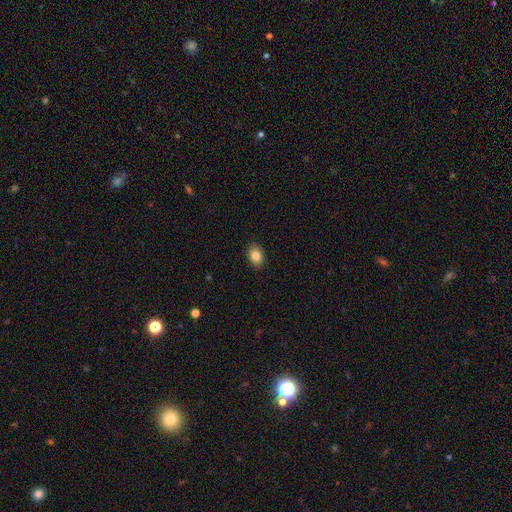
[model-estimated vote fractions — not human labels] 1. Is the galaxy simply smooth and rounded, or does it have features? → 84% smooth, 8% star or artifact, 8% featured or disk.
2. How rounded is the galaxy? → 82% in between, 17% round, 1% cigar-shaped.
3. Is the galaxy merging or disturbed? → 89% none, 9% minor disturbance, 2% major disturbance, 1% merger.